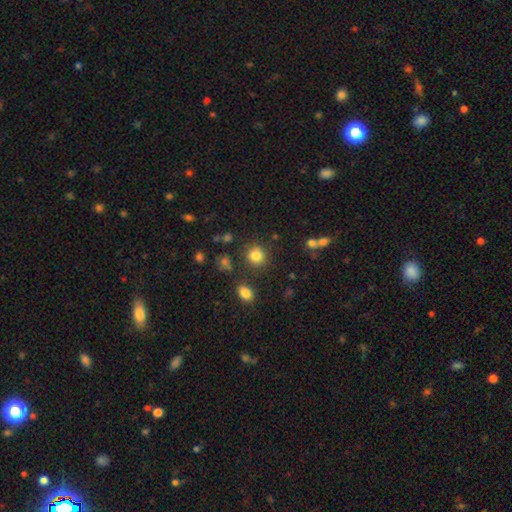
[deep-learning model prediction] This is clearly a smooth galaxy (83%). How rounded: clearly round (83%). Merging: clearly none (81%).